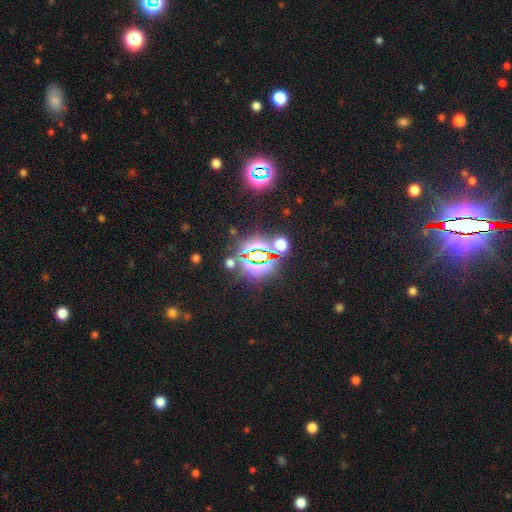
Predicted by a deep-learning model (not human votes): Smooth or featured?
  - star or artifact: 81% *
  - smooth: 12%
  - featured or disk: 8%